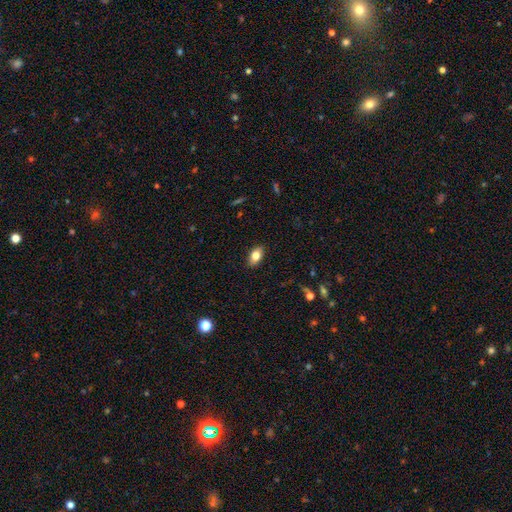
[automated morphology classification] Smooth or featured: smooth — 79% (featured or disk — 12%)
How rounded: in between — 90% (round — 7%)
Merging: none — 88% (minor disturbance — 9%)